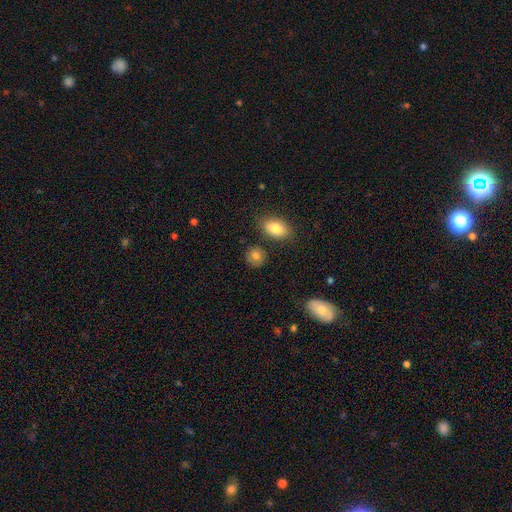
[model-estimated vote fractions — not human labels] Smooth or featured?
  - smooth: 82% *
  - star or artifact: 10%
  - featured or disk: 8%
How rounded?
  - round: 72% *
  - in between: 27%
  - cigar-shaped: 1%
Merging?
  - none: 80% *
  - minor disturbance: 12%
  - merger: 6%
  - major disturbance: 3%